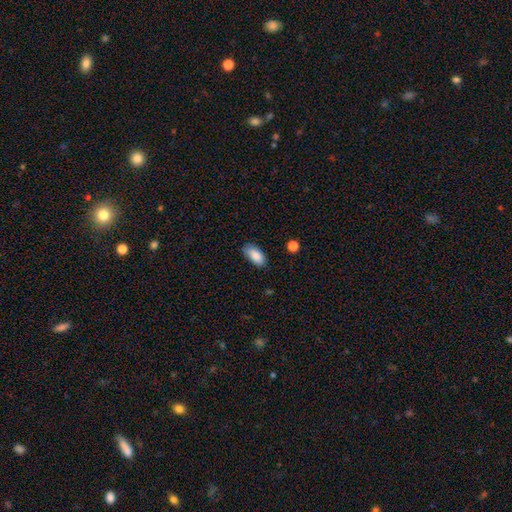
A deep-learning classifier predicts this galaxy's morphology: Smooth or featured? smooth (87%)
How rounded? in between (91%)
Merging? none (78%)